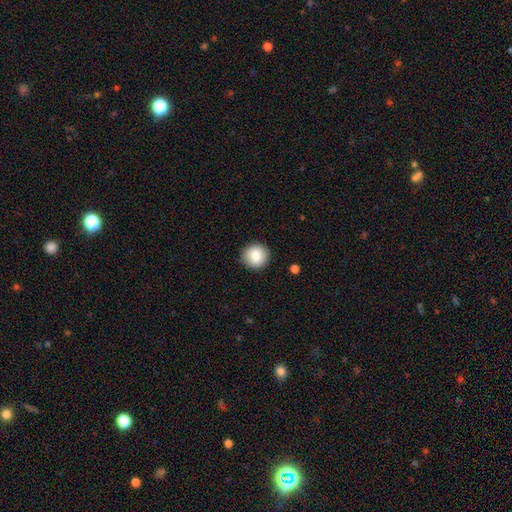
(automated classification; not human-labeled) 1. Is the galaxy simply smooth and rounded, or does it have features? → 83% smooth, 9% featured or disk, 8% star or artifact.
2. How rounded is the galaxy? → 91% round, 8% in between, 1% cigar-shaped.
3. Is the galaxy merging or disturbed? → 89% none, 8% minor disturbance, 2% major disturbance, 1% merger.